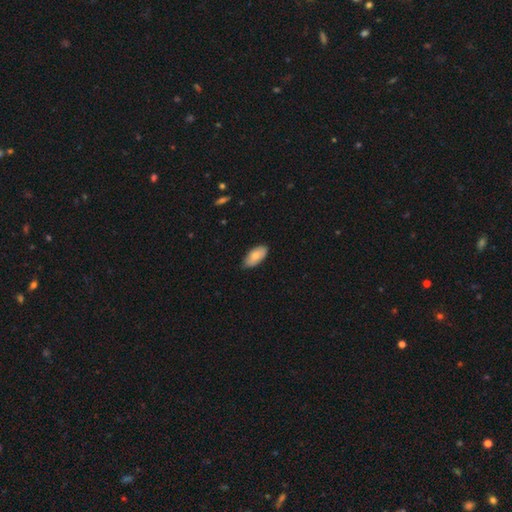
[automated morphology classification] Smooth or featured? Predicted: smooth (p=0.77). How rounded? Predicted: in between (p=0.92). Merging? Predicted: none (p=0.83).